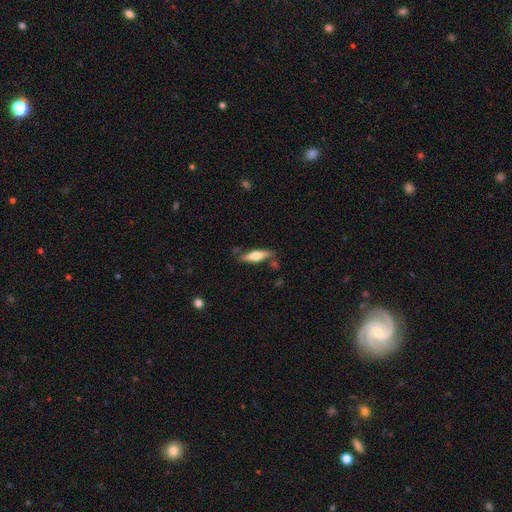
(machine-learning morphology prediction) This is possibly a smooth galaxy (55%). How rounded: likely cigar-shaped (61%). Merging: likely none (74%).